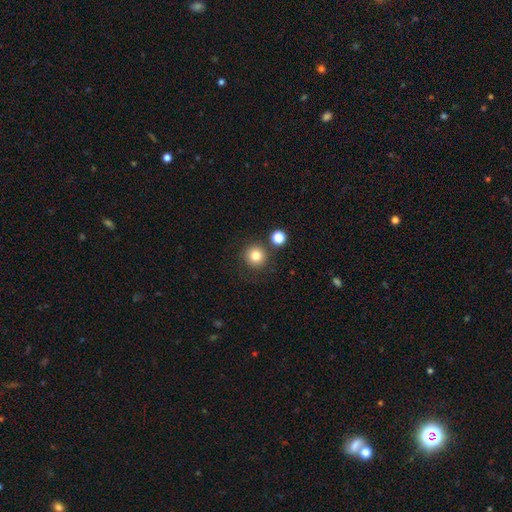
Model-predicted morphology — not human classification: Q: Smooth or featured?
A: smooth (82%); runner-up: star or artifact (12%)
Q: How rounded?
A: round (94%); runner-up: in between (5%)
Q: Merging?
A: none (83%); runner-up: minor disturbance (7%)